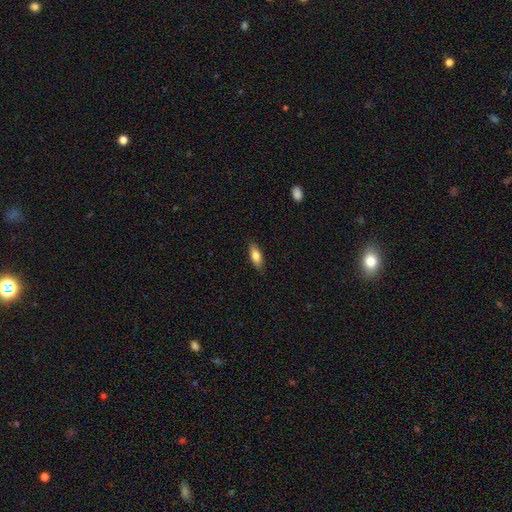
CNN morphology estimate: smooth_or_featured: smooth (p=0.80) [alt: featured or disk p=0.13]
how_rounded: in between (p=0.75) [alt: cigar-shaped p=0.23]
merging: none (p=0.87) [alt: minor disturbance p=0.10]